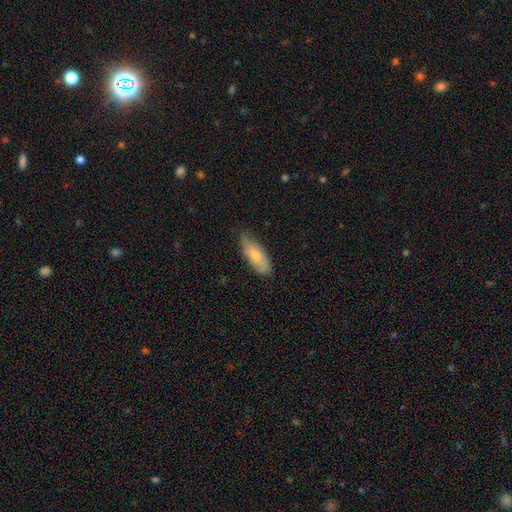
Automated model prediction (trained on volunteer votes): This appears to be a smooth galaxy with no disk features (71%) that is in between round and cigar-shaped (75%). Merging: none (64%).